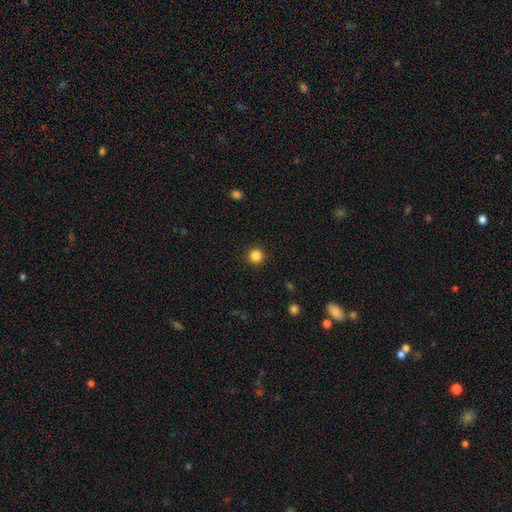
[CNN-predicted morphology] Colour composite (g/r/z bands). It shows a smooth galaxy with no disk features (85%) that is round (95%). Merging: none (92%).